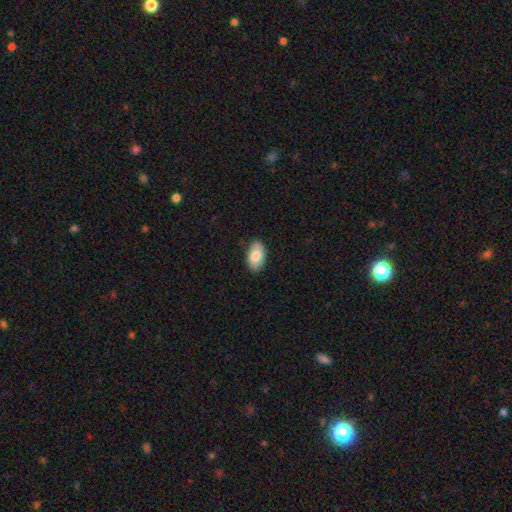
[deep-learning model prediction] A smooth galaxy with no disk features (78%) that is in between round and cigar-shaped (93%). Merging: none (86%).